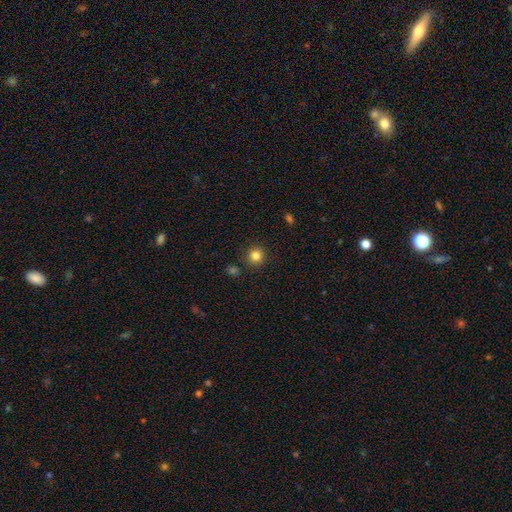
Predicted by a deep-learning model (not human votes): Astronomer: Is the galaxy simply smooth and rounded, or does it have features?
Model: smooth — 83%.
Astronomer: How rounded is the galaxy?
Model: round — 93%.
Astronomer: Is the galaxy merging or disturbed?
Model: none — 89%.